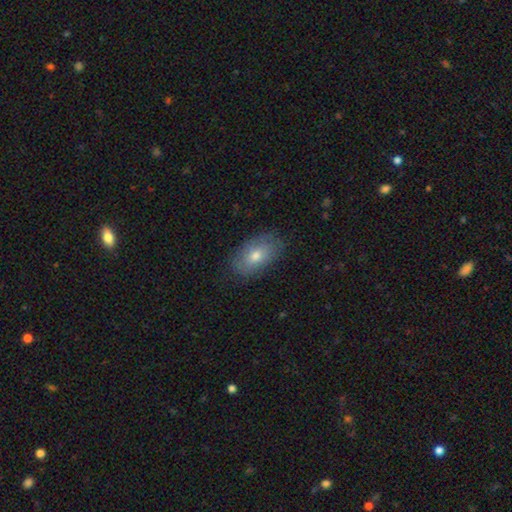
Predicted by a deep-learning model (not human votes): Morphology: type=smooth (66%); roundness=in between (91%); merging=none (81%).